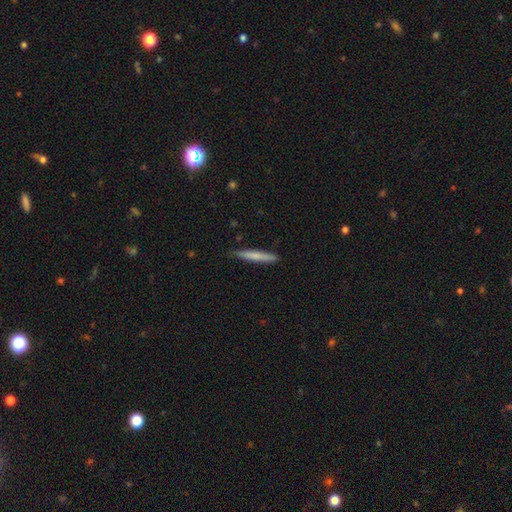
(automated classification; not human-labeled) Morphology: type=smooth (71%); roundness=cigar-shaped (95%); merging=none (85%).